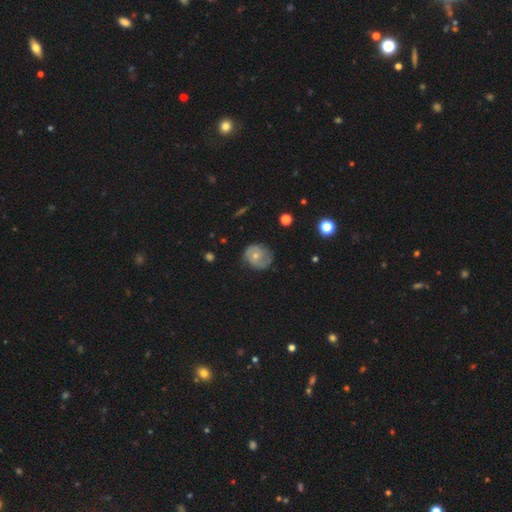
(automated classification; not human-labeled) This is possibly a featured or disk galaxy (52%). It is clearly not viewed edge-on (96%). Merging: likely none (67%).